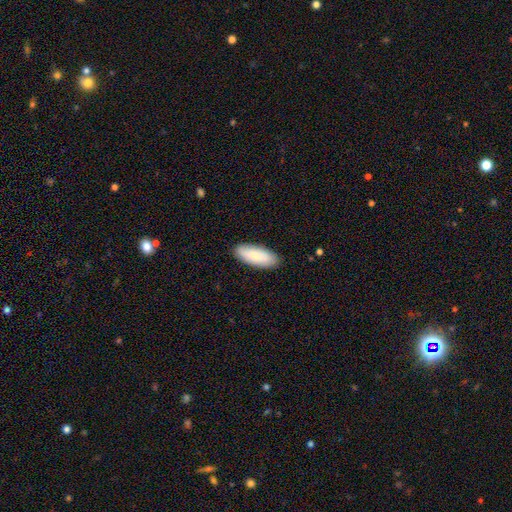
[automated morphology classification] A smooth galaxy with no disk features (84%) that is in between round and cigar-shaped (77%).

Vote fractions:
- Smooth or featured? smooth: 84% / featured or disk: 10% / star or artifact: 5%
- How rounded? in between: 77% / cigar-shaped: 21% / round: 2%
- Merging? none: 88% / minor disturbance: 9% / major disturbance: 2% / merger: 1%